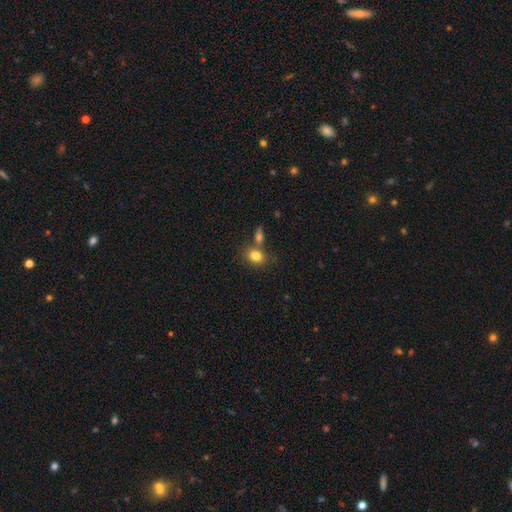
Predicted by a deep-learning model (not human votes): A smooth galaxy with no disk features (82%) that is in between round and cigar-shaped (62%).

Vote fractions:
- Smooth or featured? smooth: 82% / star or artifact: 9% / featured or disk: 9%
- How rounded? in between: 62% / round: 37% / cigar-shaped: 1%
- Merging? none: 57% / merger: 26% / minor disturbance: 12% / major disturbance: 4%